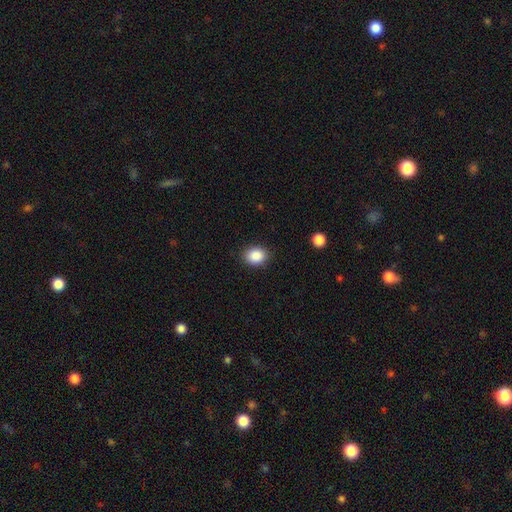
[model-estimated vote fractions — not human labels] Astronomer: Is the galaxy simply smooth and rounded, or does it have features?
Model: smooth — 88%.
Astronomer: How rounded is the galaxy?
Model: in between — 53% (runner-up: round, 46%).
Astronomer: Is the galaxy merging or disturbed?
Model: none — 87%.